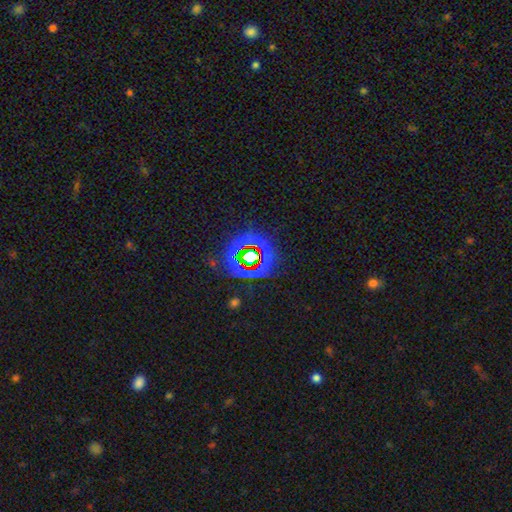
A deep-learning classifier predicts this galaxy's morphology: Q: Smooth or featured?
A: star or artifact (71%); runner-up: featured or disk (16%)